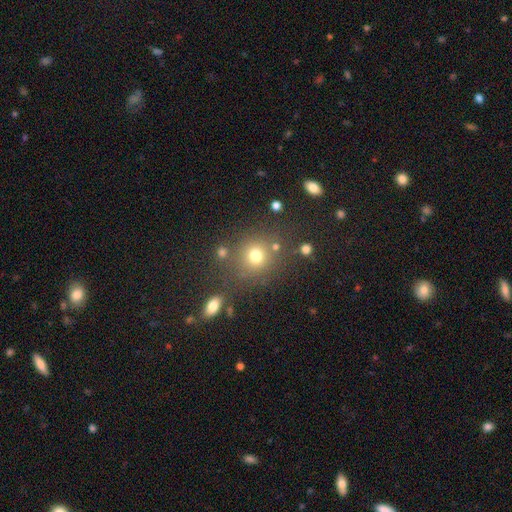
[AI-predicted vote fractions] Morphology: type=smooth (74%); roundness=round (87%); merging=none (74%).